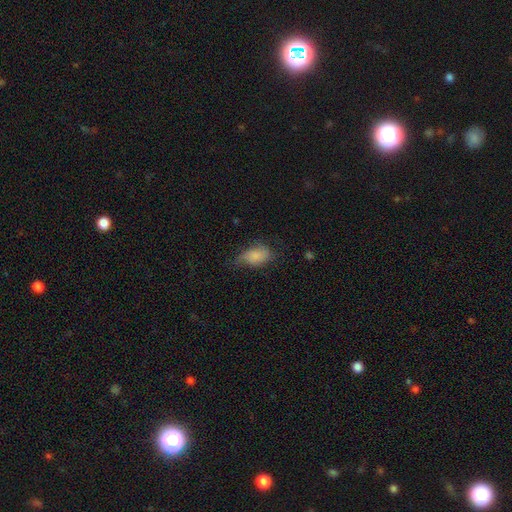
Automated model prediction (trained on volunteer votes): smooth_or_featured: smooth (p=0.73) [alt: featured or disk p=0.18]
how_rounded: in between (p=0.90) [alt: round p=0.06]
merging: none (p=0.43) [alt: minor disturbance p=0.36]